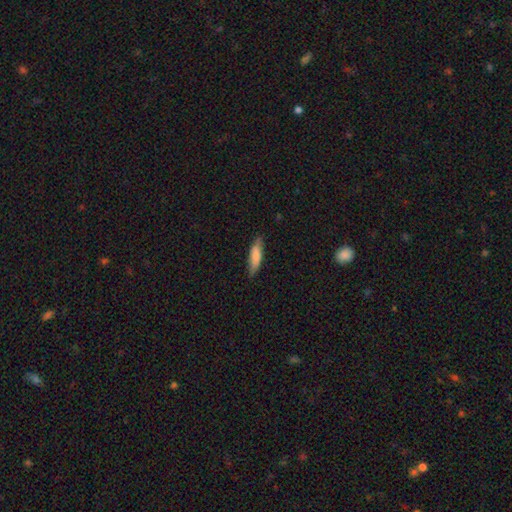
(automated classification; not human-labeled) A smooth galaxy with no disk features (78%) that is cigar-shaped (64%).

Vote fractions:
- Smooth or featured? smooth: 78% / featured or disk: 16% / star or artifact: 6%
- How rounded? cigar-shaped: 64% / in between: 34% / round: 2%
- Merging? none: 82% / minor disturbance: 15% / major disturbance: 2% / merger: 1%